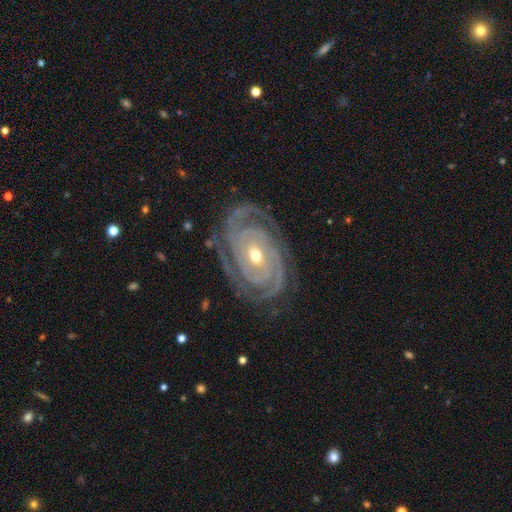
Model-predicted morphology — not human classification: A featured or disk galaxy (92%) with no bar (55%), 2 (47%) tight (81%) spiral arms (98%) and a moderate central bulge (51%).

Vote fractions:
- Smooth or featured? featured or disk: 92% / star or artifact: 4% / smooth: 4%
- Edge-on disk? no: 97% / yes: 3%
- Bar? no: 55% / weak: 28% / strong: 16%
- Spiral arms? yes: 98% / no: 2%
- Spiral winding? tight: 81% / medium: 17% / loose: 3%
- Spiral arm count? 2: 47% / 3: 22% / can't tell: 13% / 4: 8% / more than 4: 5% / 1: 5%
- Bulge size? moderate: 51% / small: 46% / large: 2% / none: 1% / dominant: 1%
- Merging? none: 77% / minor disturbance: 16% / major disturbance: 6% / merger: 1%